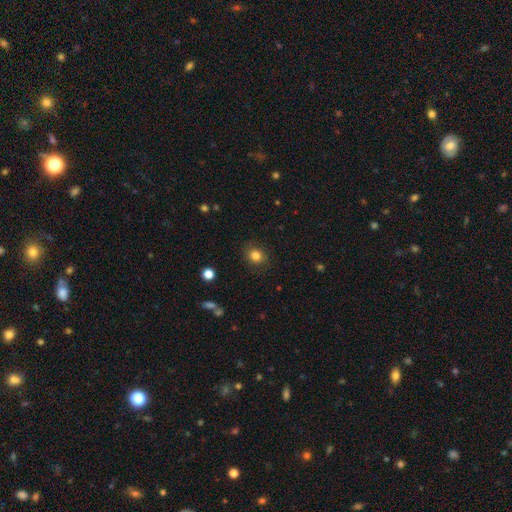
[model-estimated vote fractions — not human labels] Smooth or featured? Predicted: smooth (p=0.83). How rounded? Predicted: round (p=0.79). Merging? Predicted: none (p=0.87).